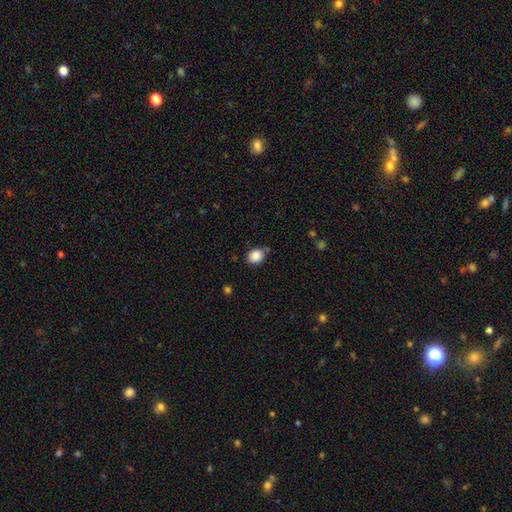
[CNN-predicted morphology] The model was most divided on "how rounded": round: 59%, in between: 40%, cigar-shaped: 1%. More confident: smooth or featured — smooth (87%); merging — none (78%).